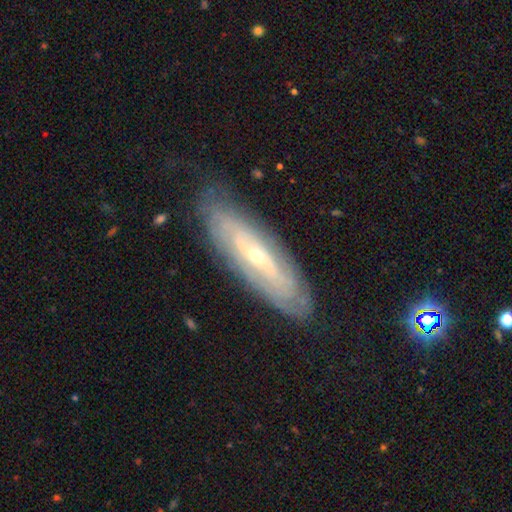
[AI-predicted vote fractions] The model was most divided on "bar": no: 57%, weak: 28%, strong: 15%. More confident: merging — none (80%); smooth or featured — featured or disk (77%); spiral arms — yes (76%); edge-on disk — no (72%); bulge size — small (69%).